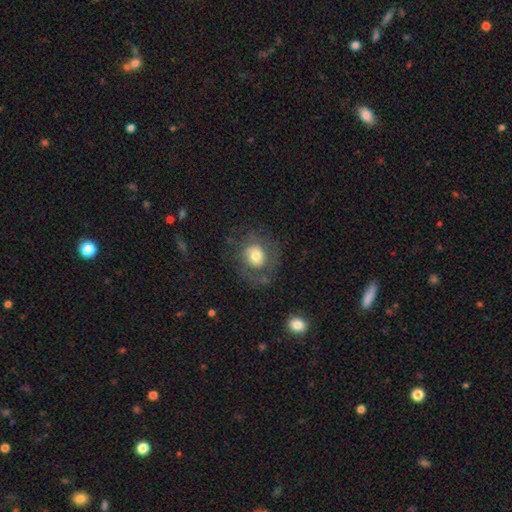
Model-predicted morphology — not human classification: Smooth or featured?
  - smooth: 59% *
  - featured or disk: 31%
  - star or artifact: 9%
How rounded?
  - round: 74% *
  - in between: 25%
  - cigar-shaped: 1%
Merging?
  - none: 62% *
  - minor disturbance: 19%
  - major disturbance: 18%
  - merger: 2%